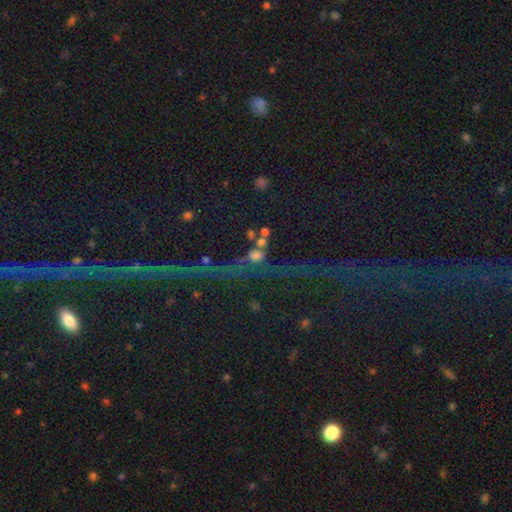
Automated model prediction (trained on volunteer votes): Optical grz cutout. It shows a smooth galaxy with no disk features (45%). Merging: none (37%).